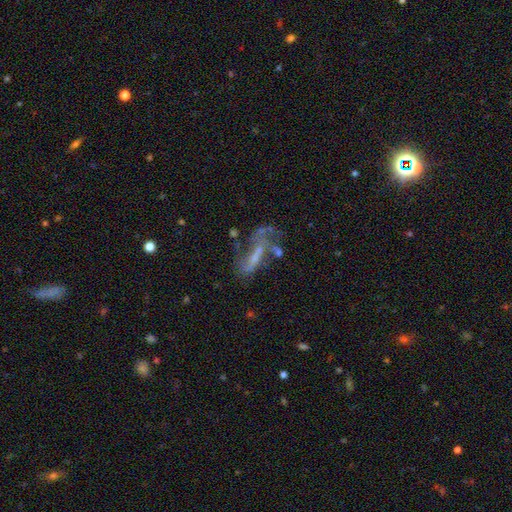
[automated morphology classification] The model was most divided on "spiral arms" (2-way tie): yes: 50%, no: 50%. Remaining: edge-on disk — no (84%); smooth or featured — featured or disk (62%); bar — no (44%); bulge size — none (39%); merging — major disturbance (34%).